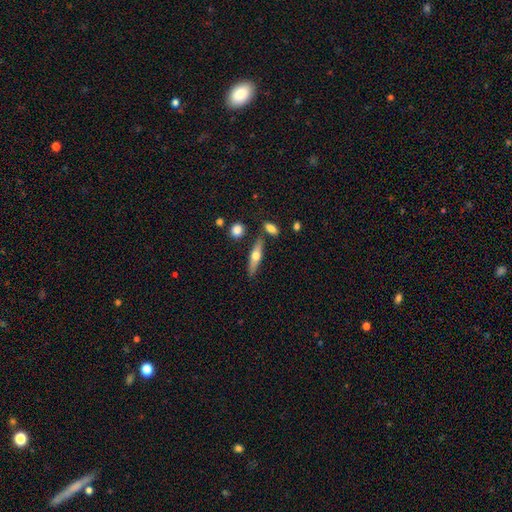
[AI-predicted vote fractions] Smooth or featured? featured or disk (47%)
Merging? none (81%)